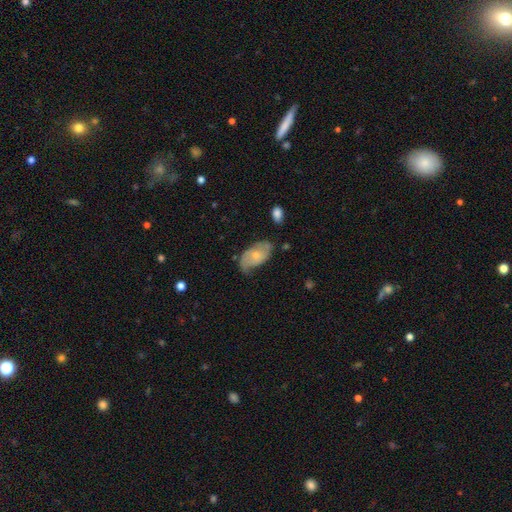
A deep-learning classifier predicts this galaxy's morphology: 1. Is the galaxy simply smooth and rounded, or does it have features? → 53% smooth, 41% featured or disk, 6% star or artifact.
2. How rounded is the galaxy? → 93% in between, 4% round, 2% cigar-shaped.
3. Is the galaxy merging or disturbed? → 49% none, 36% minor disturbance, 12% major disturbance, 3% merger.